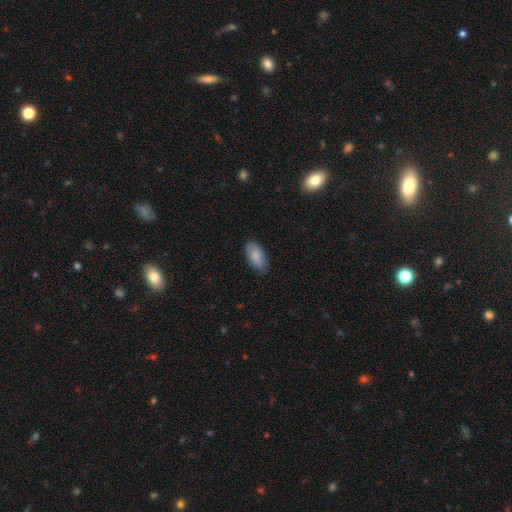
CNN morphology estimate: smooth 84%, featured or disk 10%, star or artifact 6%. Down the decision tree: how rounded — in between (92%); merging — none (84%).